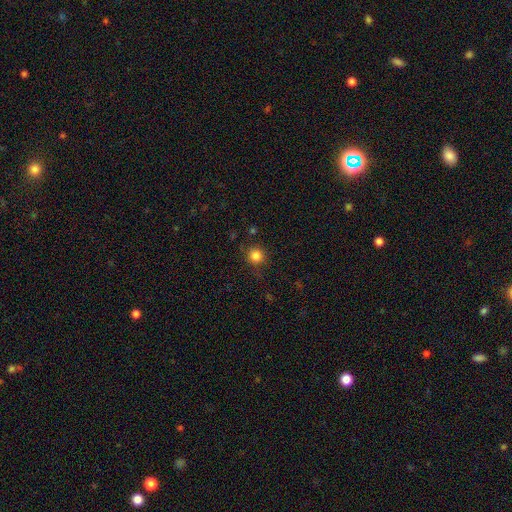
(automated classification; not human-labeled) smooth_or_featured: smooth (p=0.85) [alt: star or artifact p=0.11]
how_rounded: round (p=0.94) [alt: in between p=0.05]
merging: none (p=0.86) [alt: minor disturbance p=0.09]